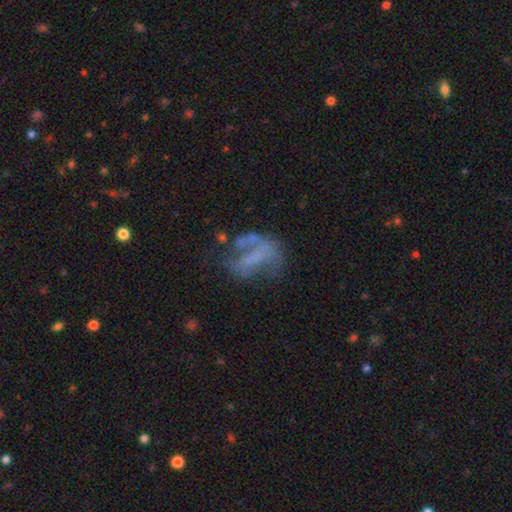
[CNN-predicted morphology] featured or disk 53%, smooth 31%, star or artifact 16%. Down the decision tree: edge-on disk — no (95%); bar — no (58%); spiral arms — no (74%); bulge size — none (71%); merging — major disturbance (38%).